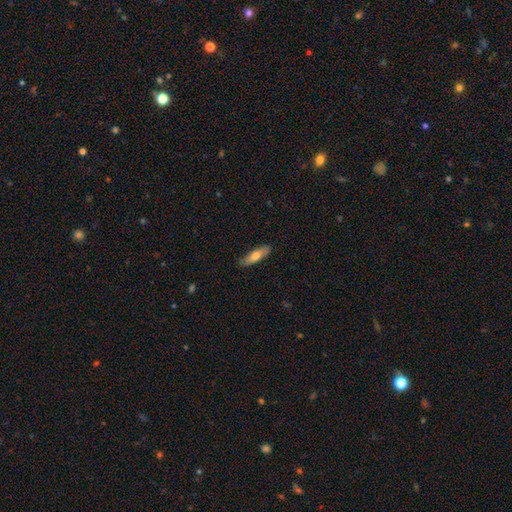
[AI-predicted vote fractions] This appears to be a smooth galaxy with no disk features (68%) that is cigar-shaped (58%). Merging: none (86%).